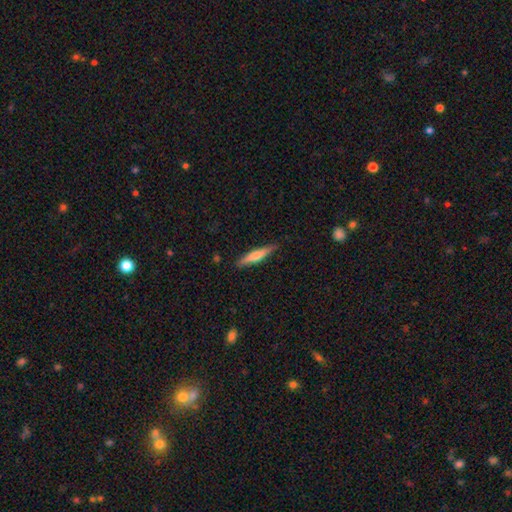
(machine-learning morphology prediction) Smooth or featured? smooth (58%)
How rounded? cigar-shaped (89%)
Merging? none (87%)